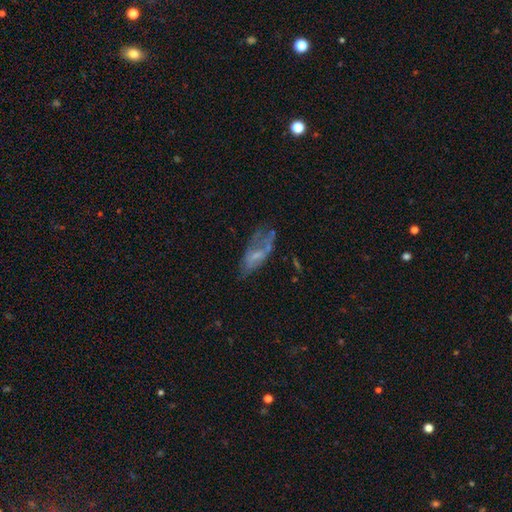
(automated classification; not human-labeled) Q: Smooth or featured?
A: featured or disk (52%); runner-up: smooth (38%)
Q: Edge-on disk?
A: no (88%); runner-up: yes (12%)
Q: Merging?
A: none (38%); runner-up: major disturbance (31%)